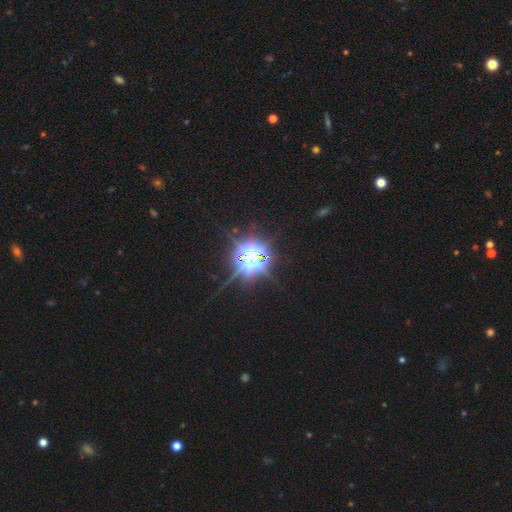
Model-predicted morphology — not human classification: The model was most divided on "smooth or featured": star or artifact: 79%, featured or disk: 11%, smooth: 10%.